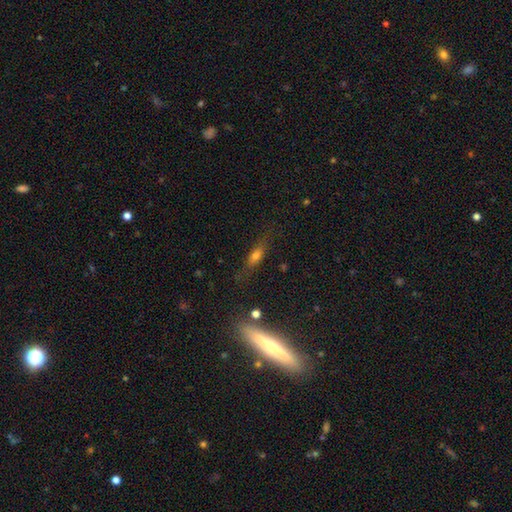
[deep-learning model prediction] Q: Smooth or featured?
A: smooth (58%); runner-up: featured or disk (30%)
Q: How rounded?
A: cigar-shaped (48%); runner-up: in between (47%)
Q: Merging?
A: none (74%); runner-up: minor disturbance (17%)